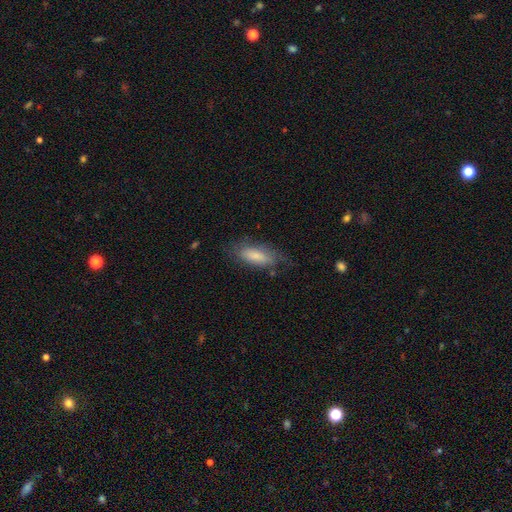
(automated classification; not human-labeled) Morphology: type=smooth (76%); roundness=in between (73%); merging=none (63%).